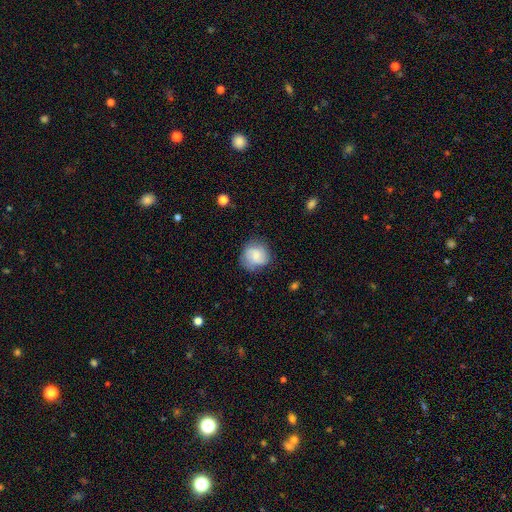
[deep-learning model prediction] smooth-or-featured: smooth: 67% | featured or disk: 25% | star or artifact: 8%
  how-rounded: round: 83% | in between: 16% | cigar-shaped: 1%
  merging: none: 71% | minor disturbance: 21% | major disturbance: 7% | merger: 2%